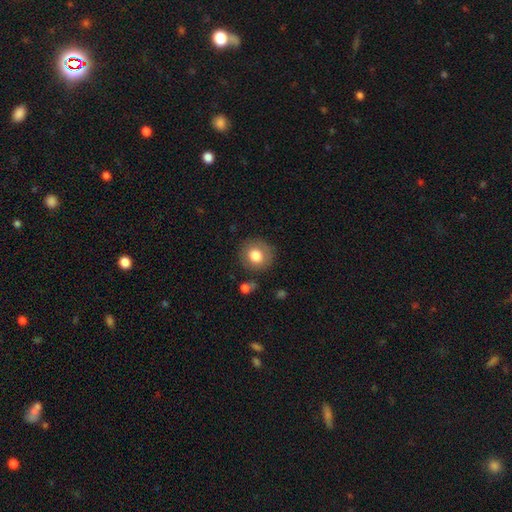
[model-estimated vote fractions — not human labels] Smooth or featured? smooth (80%)
How rounded? round (86%)
Merging? none (83%)